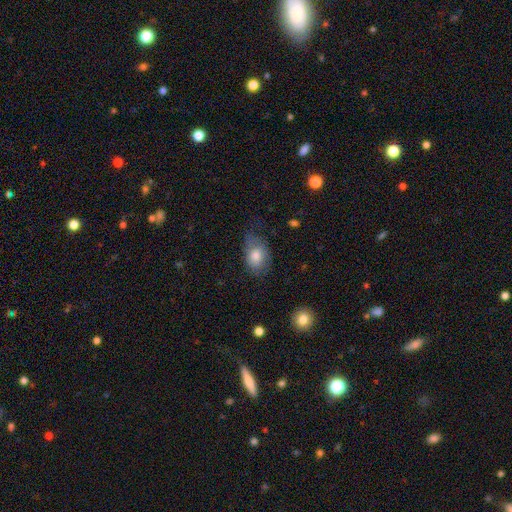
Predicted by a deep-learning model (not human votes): Smooth or featured?
  - smooth: 75% *
  - featured or disk: 17%
  - star or artifact: 8%
How rounded?
  - in between: 82% *
  - round: 16%
  - cigar-shaped: 2%
Merging?
  - none: 48% *
  - minor disturbance: 33%
  - major disturbance: 17%
  - merger: 2%